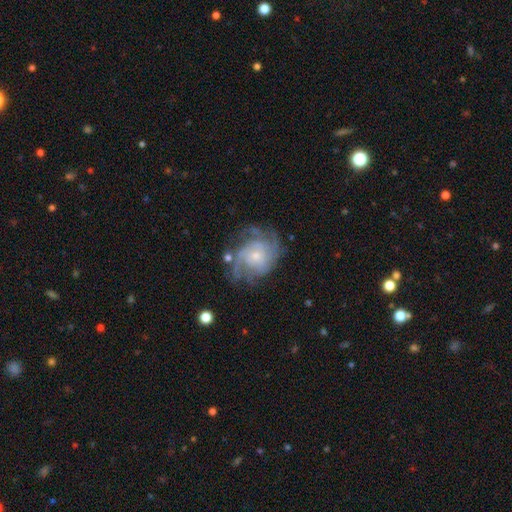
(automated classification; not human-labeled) smooth_or_featured: featured or disk (p=0.81) [alt: smooth p=0.11]
disk_edge_on: no (p=0.98) [alt: yes p=0.02]
bar: no (p=0.72) [alt: weak p=0.24]
has_spiral_arms: yes (p=0.92) [alt: no p=0.08]
spiral_winding: tight (p=0.49) [alt: medium p=0.38]
spiral_arm_count: can't tell (p=0.34) [alt: 3 p=0.22]
bulge_size: small (p=0.67) [alt: moderate p=0.27]
merging: none (p=0.62) [alt: minor disturbance p=0.20]